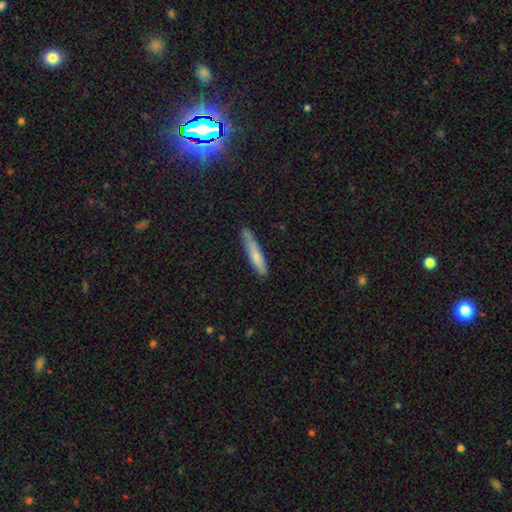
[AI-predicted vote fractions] Smooth or featured? Predicted: smooth (p=0.71). How rounded? Predicted: cigar-shaped (p=0.91). Merging? Predicted: none (p=0.74).